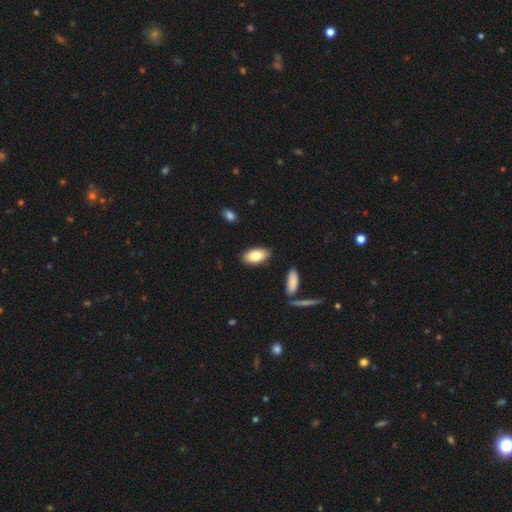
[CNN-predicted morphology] A smooth galaxy with no disk features (82%) that is in between round and cigar-shaped (93%).

Vote fractions:
- Smooth or featured? smooth: 82% / featured or disk: 12% / star or artifact: 6%
- How rounded? in between: 93% / cigar-shaped: 5% / round: 3%
- Merging? none: 86% / minor disturbance: 10% / merger: 2% / major disturbance: 2%